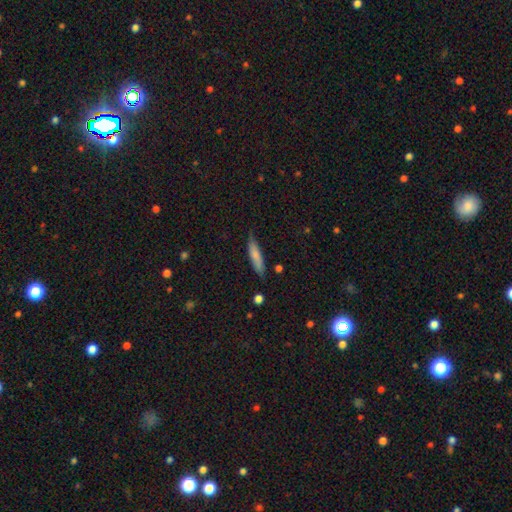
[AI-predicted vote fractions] Overall: smooth (75%). How rounded: cigar-shaped (81%). Merging: none (78%).